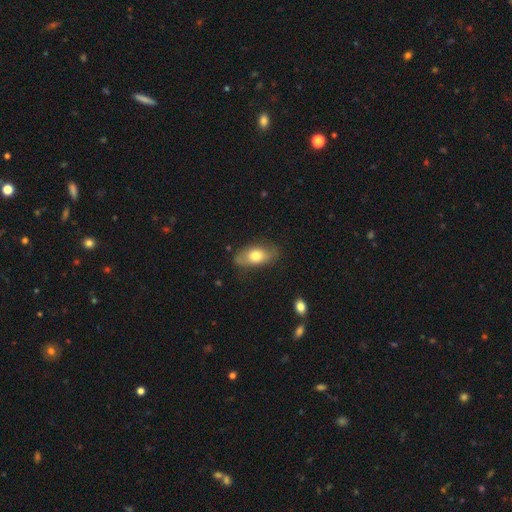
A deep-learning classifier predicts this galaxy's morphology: Q: Smooth or featured?
A: smooth (69%); runner-up: featured or disk (24%)
Q: How rounded?
A: in between (86%); runner-up: cigar-shaped (8%)
Q: Merging?
A: none (77%); runner-up: minor disturbance (18%)